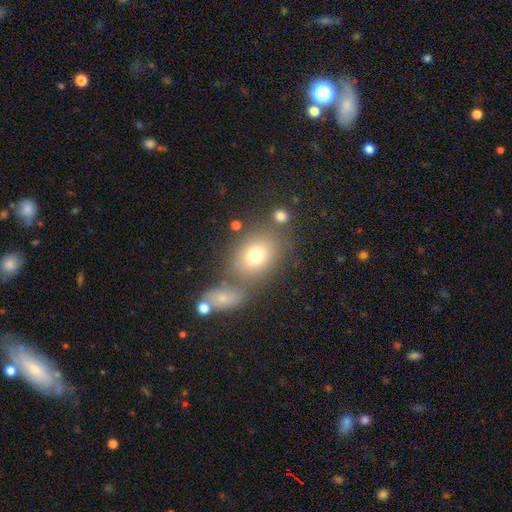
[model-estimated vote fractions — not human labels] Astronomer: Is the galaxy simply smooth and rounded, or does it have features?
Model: smooth — 73%.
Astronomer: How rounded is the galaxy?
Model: in between — 59% (runner-up: round, 39%).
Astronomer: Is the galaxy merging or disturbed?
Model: none — 63%.